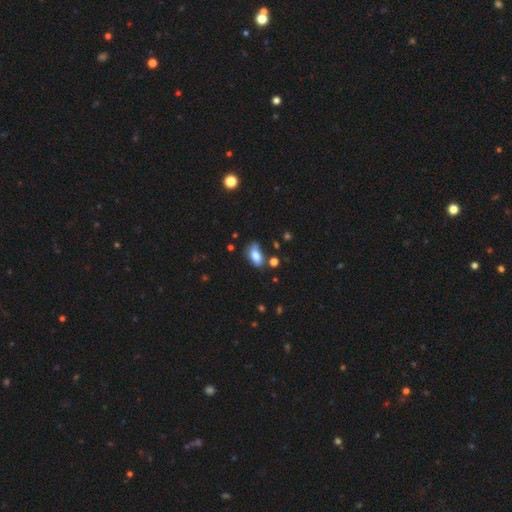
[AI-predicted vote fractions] Smooth or featured: smooth — 75% (featured or disk — 16%)
How rounded: in between — 89% (round — 6%)
Merging: none — 49% (minor disturbance — 32%)